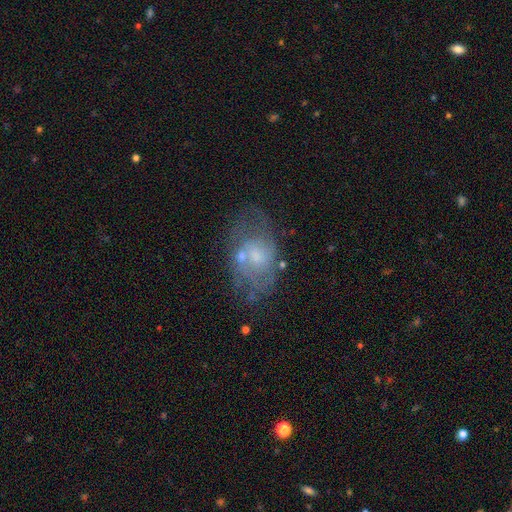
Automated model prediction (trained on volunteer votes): smooth_or_featured: featured or disk (p=0.66) [alt: smooth p=0.24]
disk_edge_on: no (p=0.96) [alt: yes p=0.04]
bar: no (p=0.69) [alt: weak p=0.27]
has_spiral_arms: yes (p=0.59) [alt: no p=0.41]
bulge_size: small (p=0.47) [alt: moderate p=0.36]
merging: none (p=0.51) [alt: minor disturbance p=0.23]